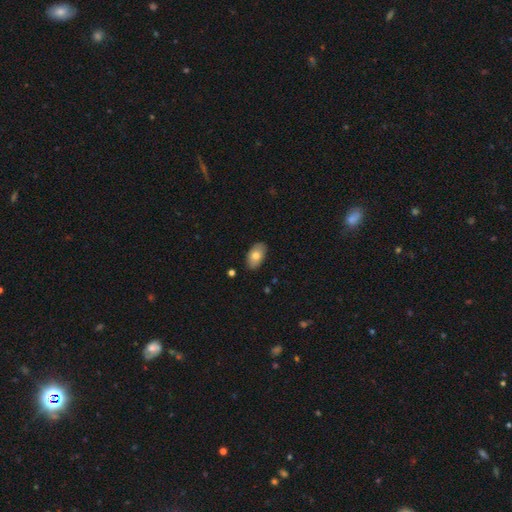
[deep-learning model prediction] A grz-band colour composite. It shows a smooth galaxy with no disk features (75%) that is in between round and cigar-shaped (93%). Merging: none (86%).